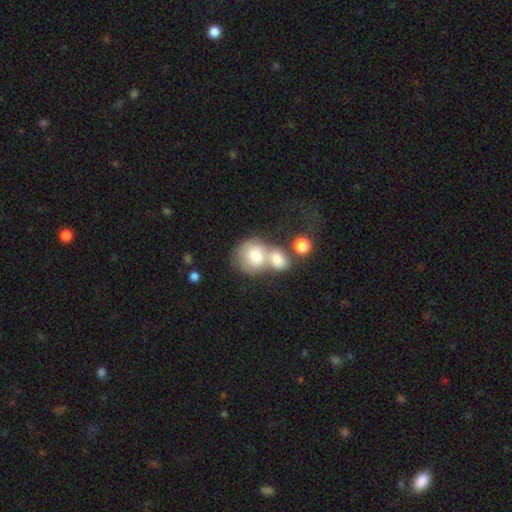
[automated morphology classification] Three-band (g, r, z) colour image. It shows a smooth galaxy with no disk features (74%) that is round (74%). Merging: merger (62%).